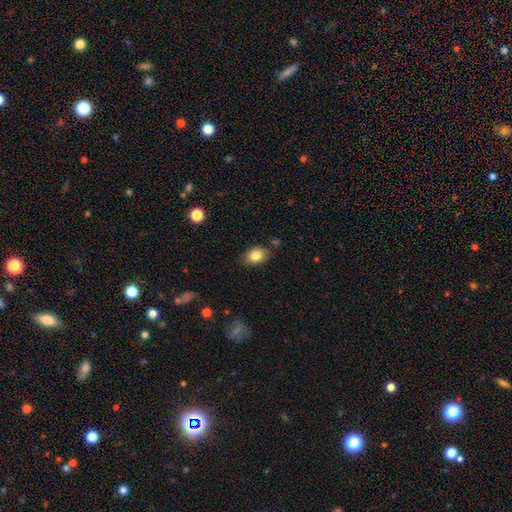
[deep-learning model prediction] Overall: smooth (84%). How rounded: in between (76%). Merging: none (81%).